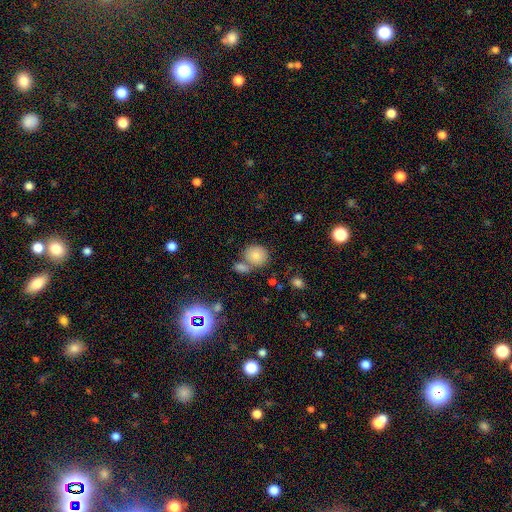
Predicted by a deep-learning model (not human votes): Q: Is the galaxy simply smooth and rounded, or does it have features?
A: smooth — 80%.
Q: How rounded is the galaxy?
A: round — 80%.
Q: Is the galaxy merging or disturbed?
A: none — 59%.